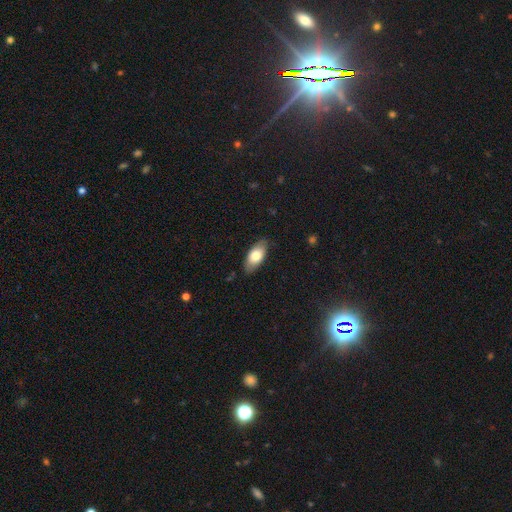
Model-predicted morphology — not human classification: Smooth or featured? smooth (74%)
How rounded? in between (89%)
Merging? none (83%)